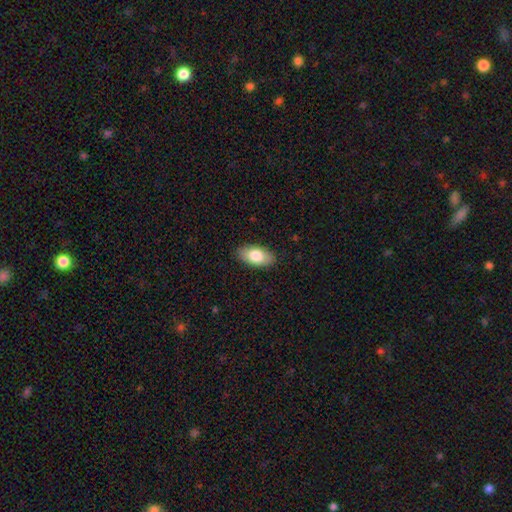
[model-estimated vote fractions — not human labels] smooth-or-featured: smooth: 80% | featured or disk: 14% | star or artifact: 6%
  how-rounded: in between: 93% | cigar-shaped: 4% | round: 3%
  merging: none: 88% | minor disturbance: 9% | major disturbance: 2% | merger: 1%